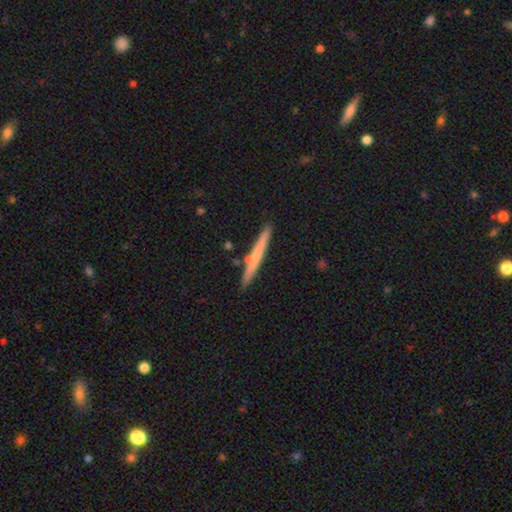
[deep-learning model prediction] This appears to be a smooth galaxy with no disk features (52%) that is cigar-shaped (96%). Merging: none (84%).